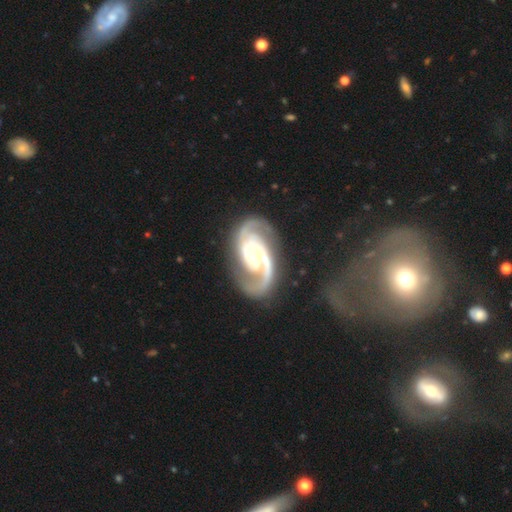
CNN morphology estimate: smooth-or-featured: featured or disk: 93% | star or artifact: 4% | smooth: 3%
  disk-edge-on: no: 98% | yes: 2%
    bar: no: 49% | weak: 34% | strong: 17%
    has-spiral-arms: yes: 98% | no: 2%
      spiral-winding: medium: 55% | tight: 32% | loose: 13%
      spiral-arm-count: 2: 84% | 3: 7% | can't tell: 3% | 1: 3% | 4: 2% | more than 4: 2%
    bulge-size: moderate: 52% | small: 42% | large: 4% | none: 1% | dominant: 1%
  merging: none: 74% | minor disturbance: 15% | major disturbance: 9% | merger: 2%